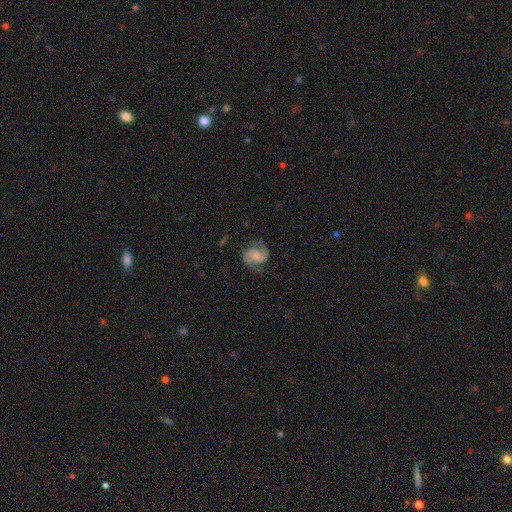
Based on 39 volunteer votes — A featured or disk galaxy (90%) with no bar (49%), 2 (97%) medium (54%) spiral arms (100%) and a moderate central bulge (31%, tied with small). Merging: none (84%).